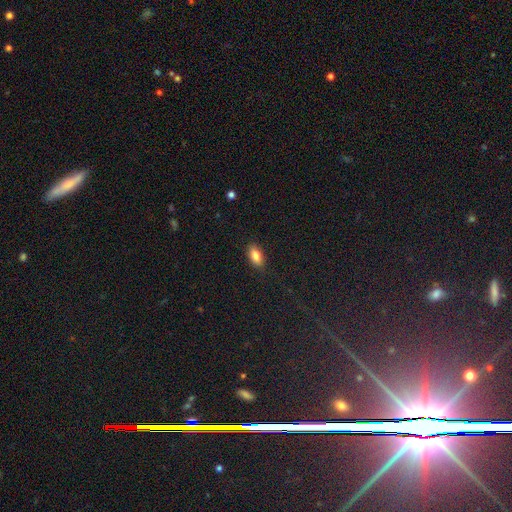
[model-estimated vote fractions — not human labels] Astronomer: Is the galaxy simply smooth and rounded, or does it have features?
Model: smooth — 83%.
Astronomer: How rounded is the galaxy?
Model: in between — 89%.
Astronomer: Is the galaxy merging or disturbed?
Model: none — 87%.